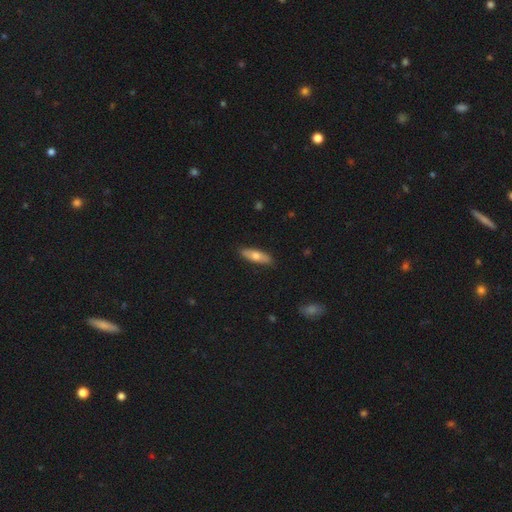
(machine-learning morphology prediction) This is likely a smooth galaxy (64%). How rounded: possibly cigar-shaped (49%, tied with in between). Merging: clearly none (87%).